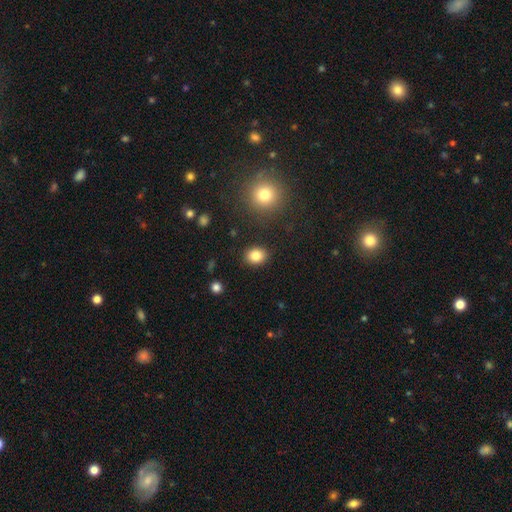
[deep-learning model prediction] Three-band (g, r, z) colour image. It shows a smooth galaxy with no disk features (84%) that is round (51%). Merging: none (88%).